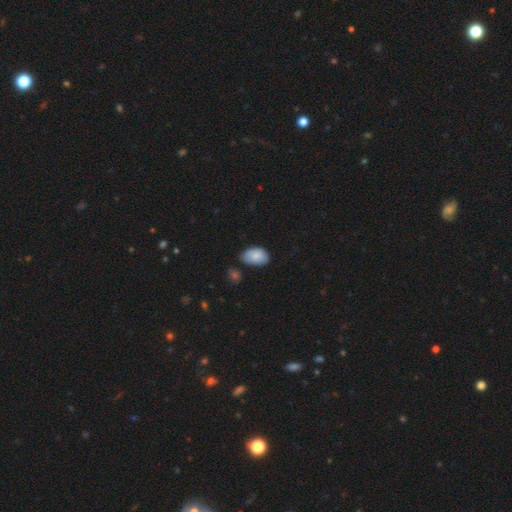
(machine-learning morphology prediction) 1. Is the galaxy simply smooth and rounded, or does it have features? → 82% smooth, 11% featured or disk, 7% star or artifact.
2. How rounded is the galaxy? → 91% in between, 8% round, 1% cigar-shaped.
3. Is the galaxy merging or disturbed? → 58% none, 32% minor disturbance, 5% major disturbance, 5% merger.